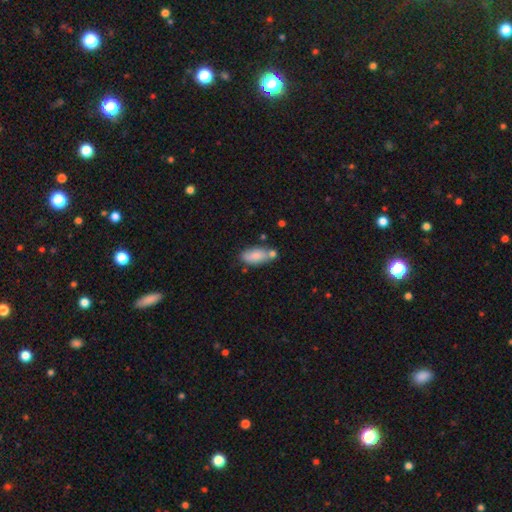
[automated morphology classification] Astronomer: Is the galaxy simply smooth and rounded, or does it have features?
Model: smooth — 77%.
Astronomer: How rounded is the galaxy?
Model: in between — 88%.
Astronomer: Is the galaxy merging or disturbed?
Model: none — 55%.